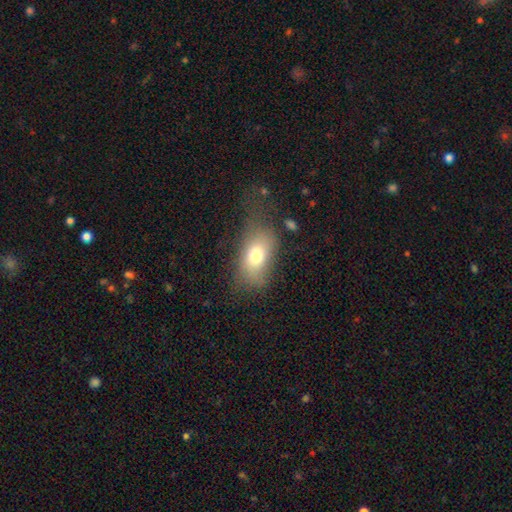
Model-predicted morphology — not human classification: smooth-or-featured: smooth: 73% | featured or disk: 17% | star or artifact: 10%
  how-rounded: in between: 87% | round: 10% | cigar-shaped: 3%
  merging: none: 50% | minor disturbance: 27% | major disturbance: 20% | merger: 3%